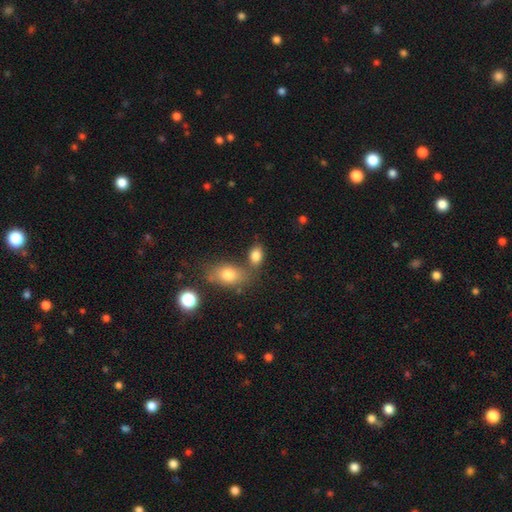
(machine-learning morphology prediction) Smooth or featured: smooth — 82% (star or artifact — 10%)
How rounded: in between — 86% (round — 12%)
Merging: none — 59% (merger — 24%)